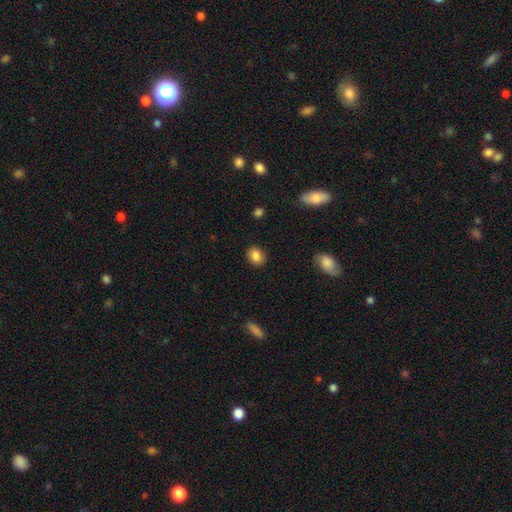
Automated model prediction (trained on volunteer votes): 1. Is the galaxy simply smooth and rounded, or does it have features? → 86% smooth, 9% star or artifact, 5% featured or disk.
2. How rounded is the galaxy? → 52% in between, 47% round, 1% cigar-shaped.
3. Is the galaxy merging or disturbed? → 87% none, 9% minor disturbance, 2% major disturbance, 1% merger.